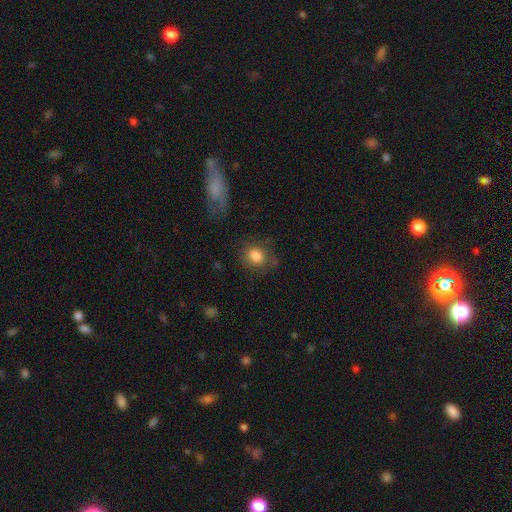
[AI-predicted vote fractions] Smooth or featured? smooth (82%)
How rounded? round (61%)
Merging? none (70%)